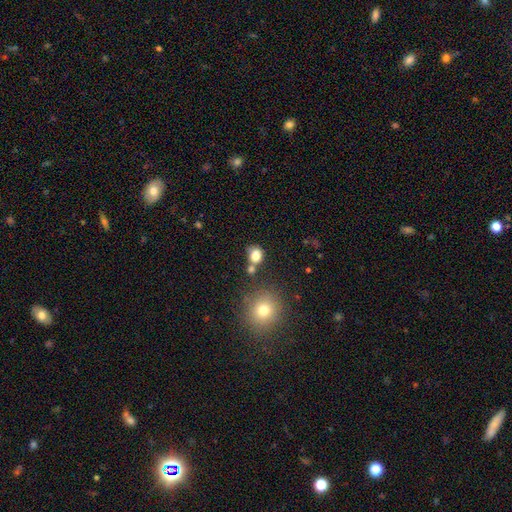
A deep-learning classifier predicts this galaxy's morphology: Smooth or featured?
  - smooth: 80% *
  - star or artifact: 12%
  - featured or disk: 8%
How rounded?
  - round: 66% *
  - in between: 33%
  - cigar-shaped: 1%
Merging?
  - none: 55% *
  - merger: 23%
  - minor disturbance: 15%
  - major disturbance: 6%